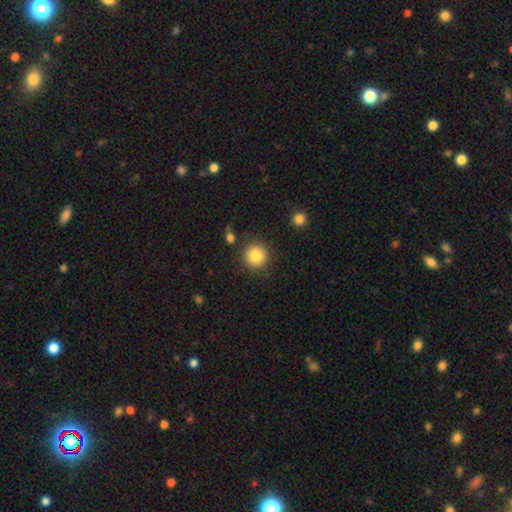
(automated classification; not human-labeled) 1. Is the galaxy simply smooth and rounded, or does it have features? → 84% smooth, 9% star or artifact, 6% featured or disk.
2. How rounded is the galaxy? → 94% round, 5% in between, 1% cigar-shaped.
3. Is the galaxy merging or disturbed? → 88% none, 7% minor disturbance, 3% major disturbance, 2% merger.